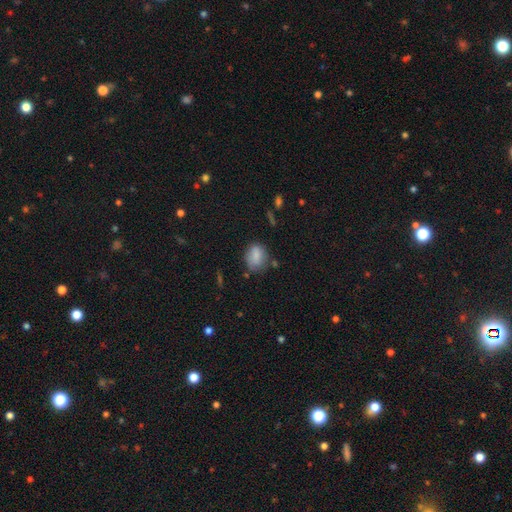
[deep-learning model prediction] Smooth or featured?
  - smooth: 82% *
  - featured or disk: 10%
  - star or artifact: 9%
How rounded?
  - in between: 58% *
  - round: 41%
  - cigar-shaped: 2%
Merging?
  - none: 65% *
  - minor disturbance: 24%
  - major disturbance: 6%
  - merger: 5%